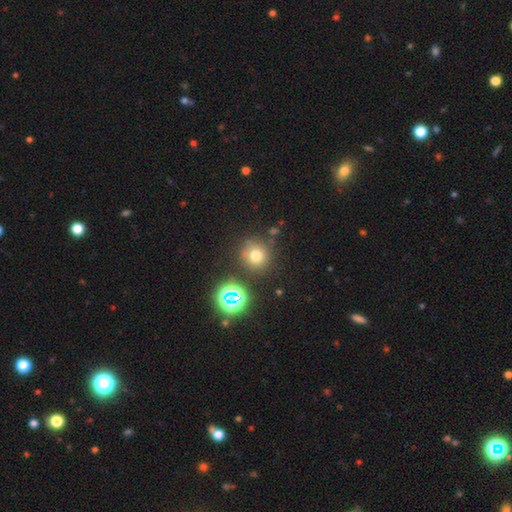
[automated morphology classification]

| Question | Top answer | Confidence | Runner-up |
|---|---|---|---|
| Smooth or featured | smooth | 69% | star or artifact (21%) |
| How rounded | round | 92% | in between (7%) |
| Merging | none | 80% | minor disturbance (10%) |